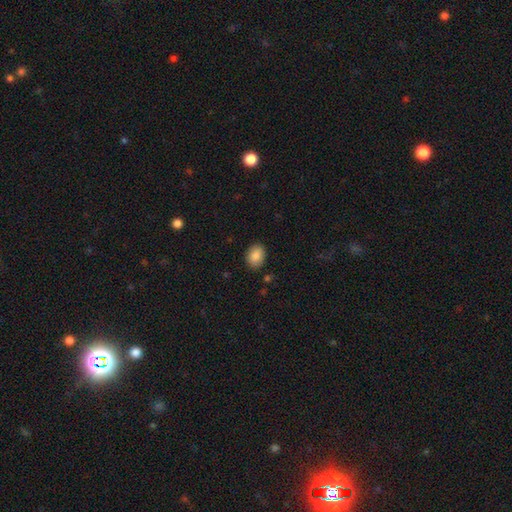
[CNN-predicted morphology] smooth-or-featured: smooth: 88% | star or artifact: 8% | featured or disk: 5%
  how-rounded: in between: 72% | round: 27% | cigar-shaped: 1%
  merging: none: 87% | minor disturbance: 9% | major disturbance: 2% | merger: 1%